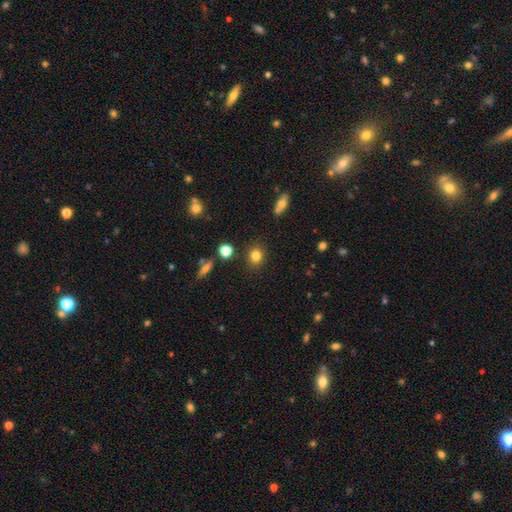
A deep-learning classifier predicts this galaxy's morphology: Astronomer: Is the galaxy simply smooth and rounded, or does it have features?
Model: smooth — 81%.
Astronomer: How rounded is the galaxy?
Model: round — 69%.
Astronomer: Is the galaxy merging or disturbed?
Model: none — 85%.